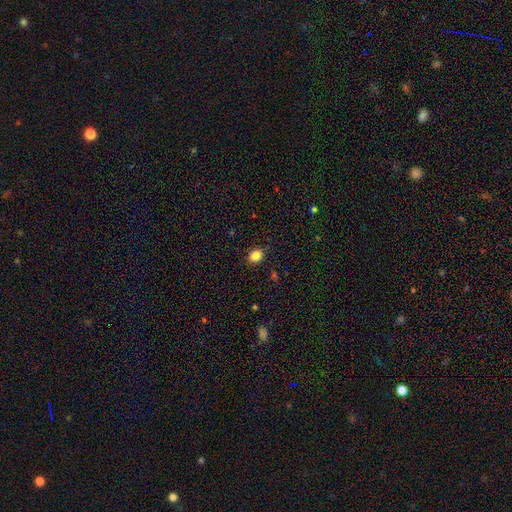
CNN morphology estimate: Smooth or featured? smooth (85%)
How rounded? round (68%)
Merging? none (87%)